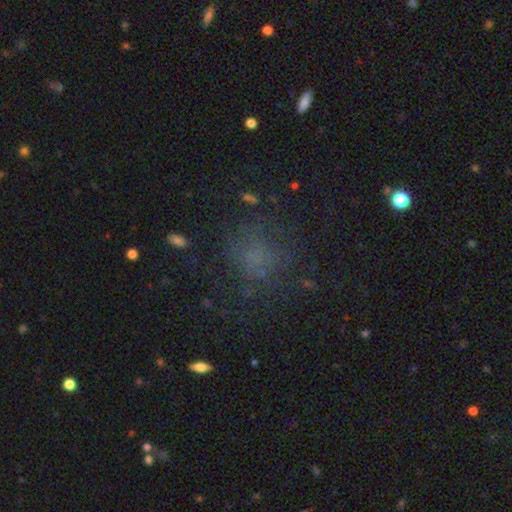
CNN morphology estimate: The model was most divided on "smooth or featured": smooth: 57%, star or artifact: 28%, featured or disk: 15%. More confident: how rounded — round (77%); merging — none (69%).